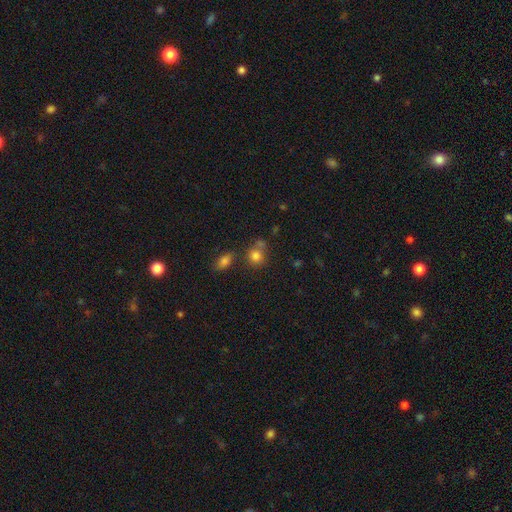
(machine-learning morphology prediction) smooth 80%, star or artifact 13%, featured or disk 8%. Down the decision tree: how rounded — round (81%); merging — none (58%).